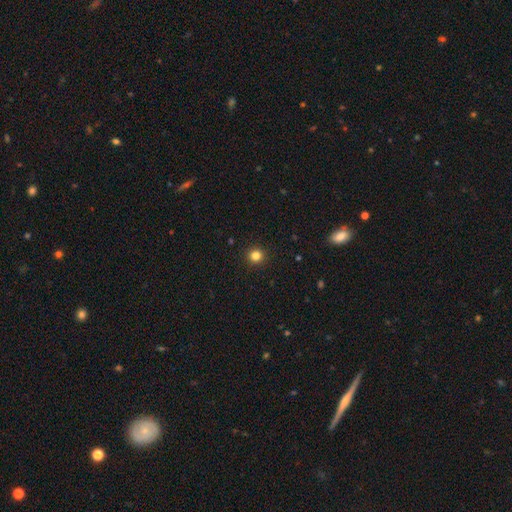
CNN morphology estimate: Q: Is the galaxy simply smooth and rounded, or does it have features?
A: smooth — 82%.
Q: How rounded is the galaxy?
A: round — 93%.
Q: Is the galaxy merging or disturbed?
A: none — 93%.